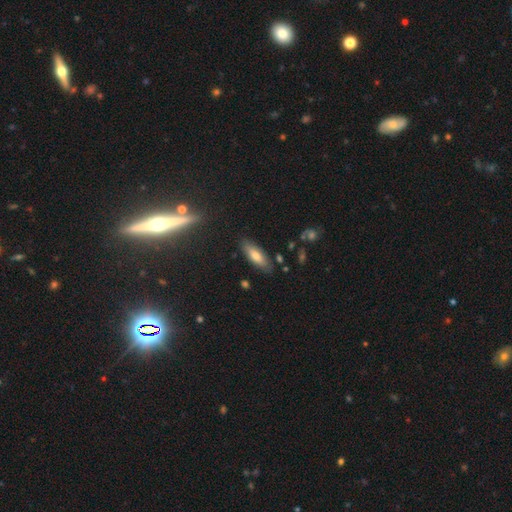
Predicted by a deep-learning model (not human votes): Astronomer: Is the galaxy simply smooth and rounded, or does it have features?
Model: smooth — 69%.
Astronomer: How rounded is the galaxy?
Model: in between — 58% (runner-up: cigar-shaped, 40%).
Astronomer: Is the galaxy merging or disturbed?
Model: none — 83%.